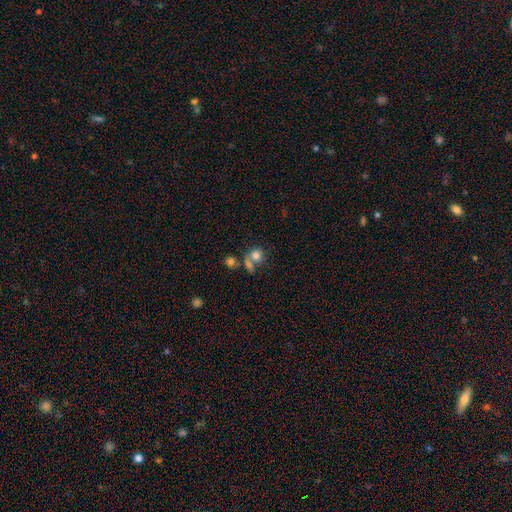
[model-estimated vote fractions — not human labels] Q: Smooth or featured?
A: smooth (77%); runner-up: star or artifact (12%)
Q: How rounded?
A: round (82%); runner-up: in between (17%)
Q: Merging?
A: none (45%); runner-up: merger (37%)